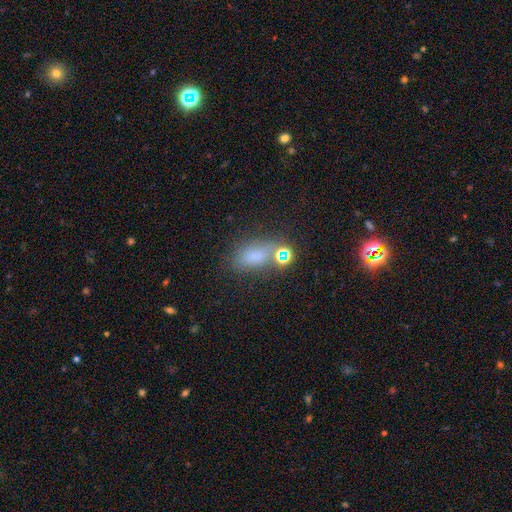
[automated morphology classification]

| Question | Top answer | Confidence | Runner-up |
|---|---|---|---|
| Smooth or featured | smooth | 66% | star or artifact (23%) |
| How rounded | in between | 79% | round (15%) |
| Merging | none | 54% | minor disturbance (19%) |